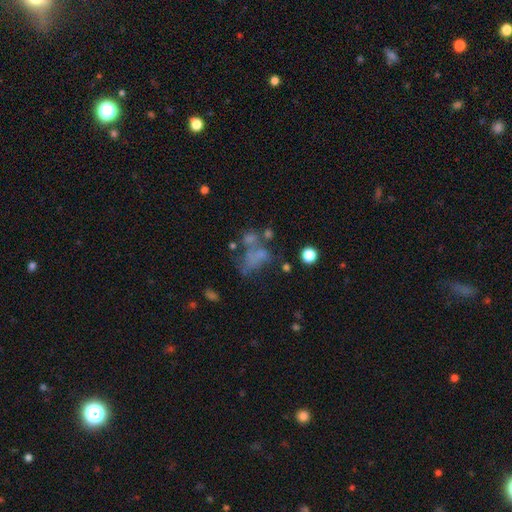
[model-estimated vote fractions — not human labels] Overall: smooth (41%; featured or disk 36%). Merging: major disturbance (30%; none 28%).